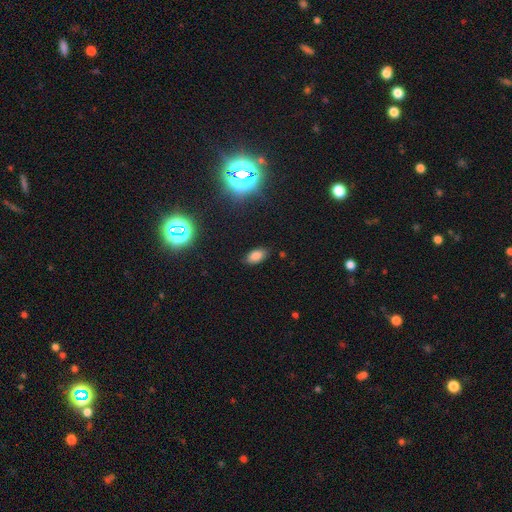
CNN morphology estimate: Q: Smooth or featured?
A: smooth (77%); runner-up: star or artifact (16%)
Q: How rounded?
A: in between (92%); runner-up: round (5%)
Q: Merging?
A: none (85%); runner-up: minor disturbance (11%)